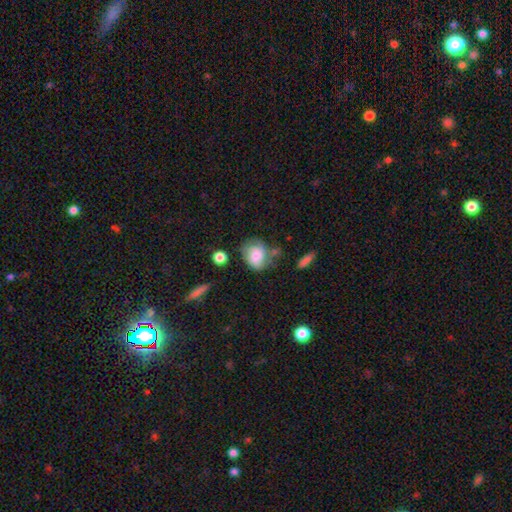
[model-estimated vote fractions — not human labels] smooth_or_featured: smooth (p=0.53) [alt: featured or disk p=0.38]
how_rounded: round (p=0.54) [alt: in between p=0.45]
merging: none (p=0.47) [alt: minor disturbance p=0.28]